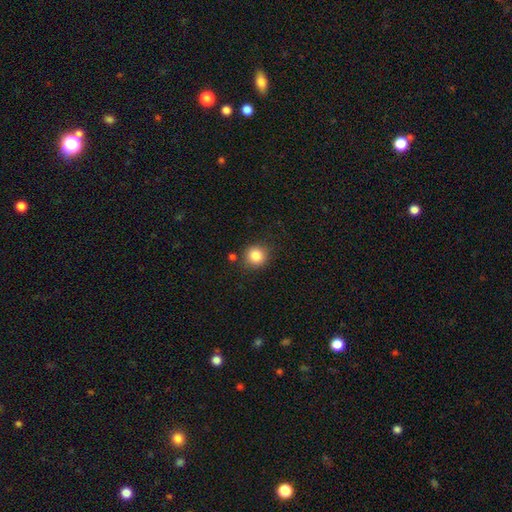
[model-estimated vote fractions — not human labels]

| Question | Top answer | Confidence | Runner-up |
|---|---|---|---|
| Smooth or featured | smooth | 85% | star or artifact (10%) |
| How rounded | round | 91% | in between (8%) |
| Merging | none | 83% | minor disturbance (10%) |